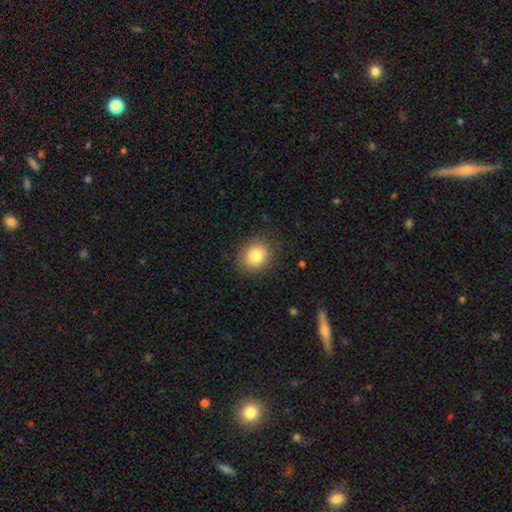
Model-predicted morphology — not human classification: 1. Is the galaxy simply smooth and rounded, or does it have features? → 82% smooth, 10% star or artifact, 8% featured or disk.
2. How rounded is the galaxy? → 68% round, 31% in between, 1% cigar-shaped.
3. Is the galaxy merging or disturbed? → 87% none, 9% minor disturbance, 3% major disturbance, 1% merger.